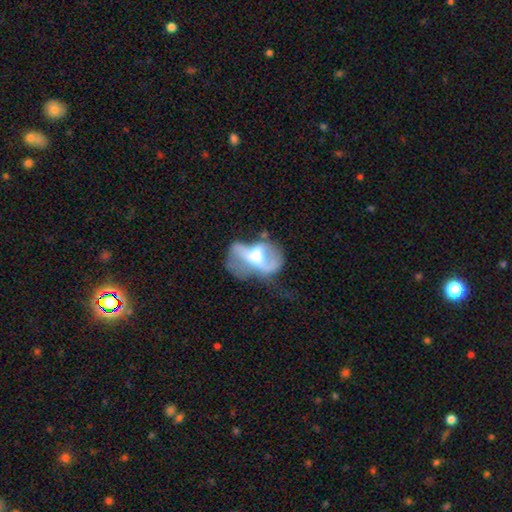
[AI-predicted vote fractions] smooth-or-featured: featured or disk: 58% | smooth: 32% | star or artifact: 10%
  disk-edge-on: no: 93% | yes: 7%
    bar: no: 61% | weak: 25% | strong: 14%
    has-spiral-arms: no: 75% | yes: 25%
    bulge-size: moderate: 44% | large: 32% | none: 10% | small: 9% | dominant: 4%
  merging: major disturbance: 49% | none: 20% | minor disturbance: 17% | merger: 13%